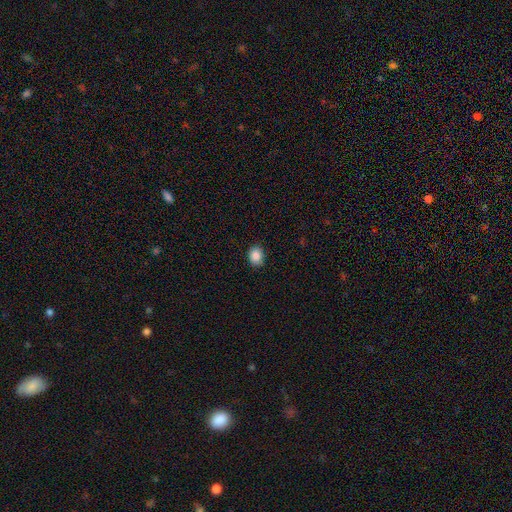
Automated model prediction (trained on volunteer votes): smooth_or_featured: smooth (p=0.87) [alt: star or artifact p=0.09]
how_rounded: in between (p=0.53) [alt: round p=0.46]
merging: none (p=0.86) [alt: minor disturbance p=0.11]